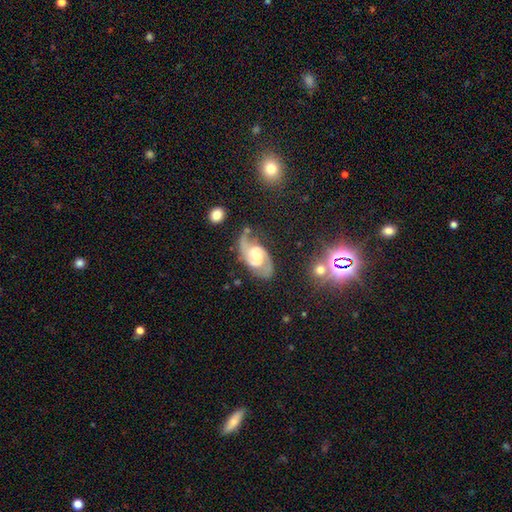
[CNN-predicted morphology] Q: Smooth or featured?
A: featured or disk (87%); runner-up: smooth (7%)
Q: Edge-on disk?
A: no (97%); runner-up: yes (3%)
Q: Bar?
A: weak (46%); runner-up: no (41%)
Q: Spiral arms?
A: yes (97%); runner-up: no (3%)
Q: Spiral winding?
A: medium (57%); runner-up: tight (23%)
Q: Spiral arm count?
A: 2 (92%); runner-up: can't tell (3%)
Q: Bulge size?
A: moderate (50%); runner-up: small (32%)
Q: Merging?
A: none (67%); runner-up: minor disturbance (20%)